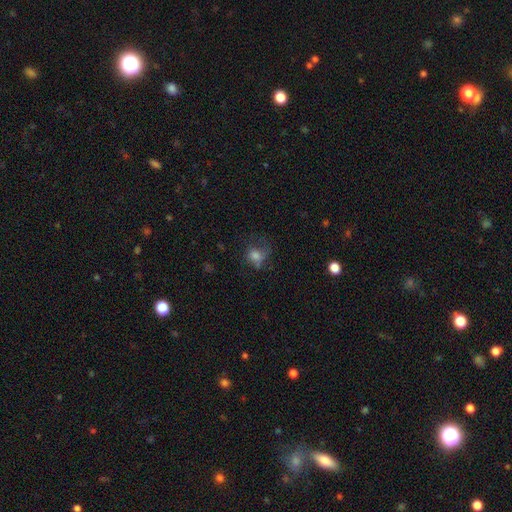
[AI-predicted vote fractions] Smooth or featured?
  - smooth: 67% *
  - featured or disk: 17%
  - star or artifact: 16%
How rounded?
  - round: 61% *
  - in between: 38%
  - cigar-shaped: 1%
Merging?
  - none: 41% *
  - major disturbance: 31%
  - minor disturbance: 25%
  - merger: 3%